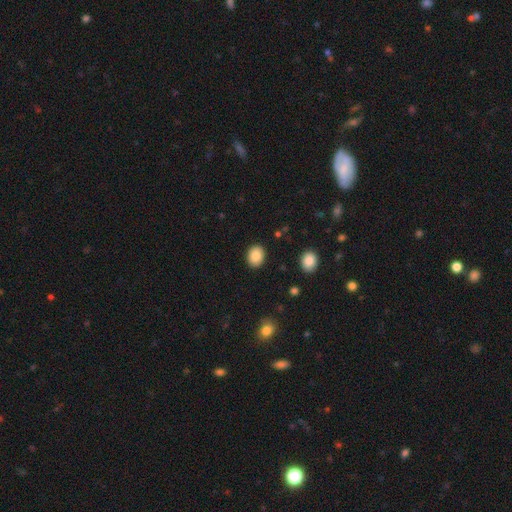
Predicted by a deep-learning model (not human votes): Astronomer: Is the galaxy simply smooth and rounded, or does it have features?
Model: smooth — 87%.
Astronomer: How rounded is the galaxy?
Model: in between — 58% (runner-up: round, 42%).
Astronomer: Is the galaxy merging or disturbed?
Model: none — 89%.